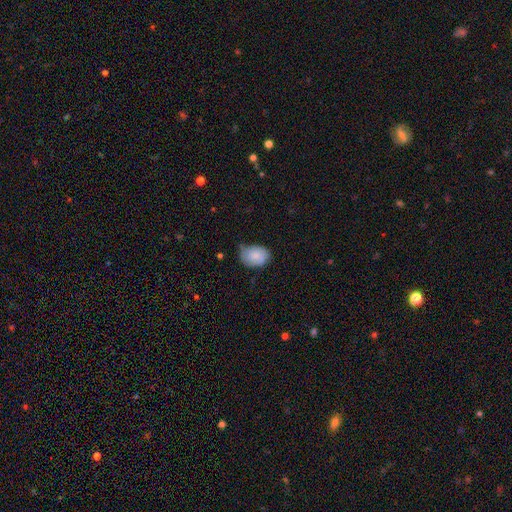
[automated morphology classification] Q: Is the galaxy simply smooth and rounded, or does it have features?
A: smooth — 81%.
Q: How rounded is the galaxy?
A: in between — 73%.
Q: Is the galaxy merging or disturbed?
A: none — 54%.